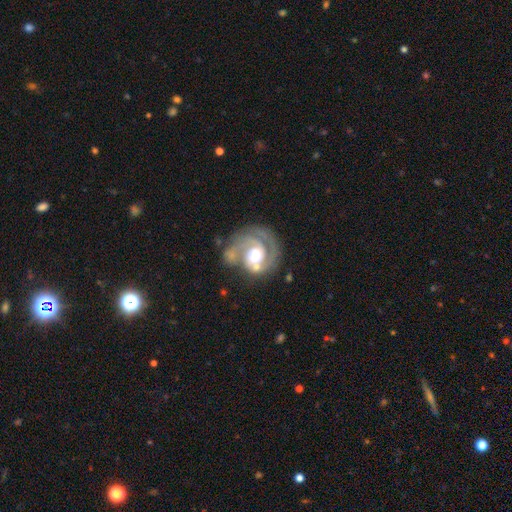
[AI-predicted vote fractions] Smooth or featured?
  - featured or disk: 84% *
  - smooth: 11%
  - star or artifact: 6%
Edge-on disk?
  - no: 98% *
  - yes: 2%
Bar?
  - no: 68% *
  - weak: 24%
  - strong: 8%
Spiral arms?
  - yes: 93% *
  - no: 7%
Spiral winding?
  - tight: 53% *
  - medium: 36%
  - loose: 10%
Spiral arm count?
  - 2: 50% *
  - 1: 20%
  - 3: 14%
  - can't tell: 11%
  - 4: 3%
  - more than 4: 3%
Bulge size?
  - moderate: 62% *
  - large: 30%
  - small: 5%
  - dominant: 2%
  - none: 1%
Merging?
  - none: 56% *
  - minor disturbance: 20%
  - major disturbance: 14%
  - merger: 10%